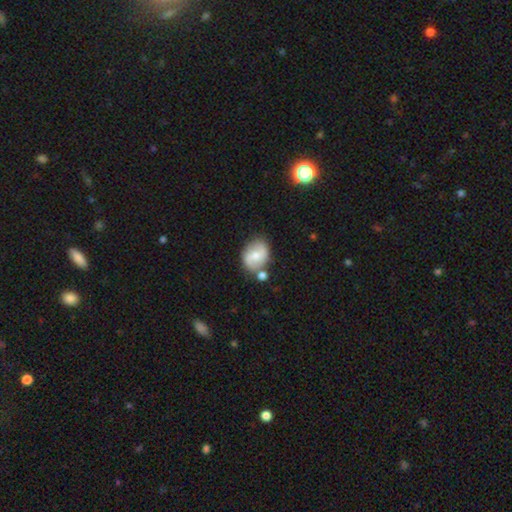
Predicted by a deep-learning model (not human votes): This is possibly a smooth galaxy (48%). Merging: likely none (62%).